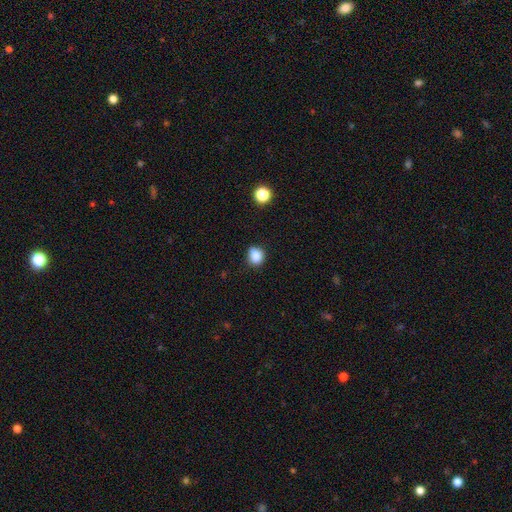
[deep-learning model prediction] smooth 83%, star or artifact 11%, featured or disk 6%. Down the decision tree: how rounded — round (71%); merging — none (70%).